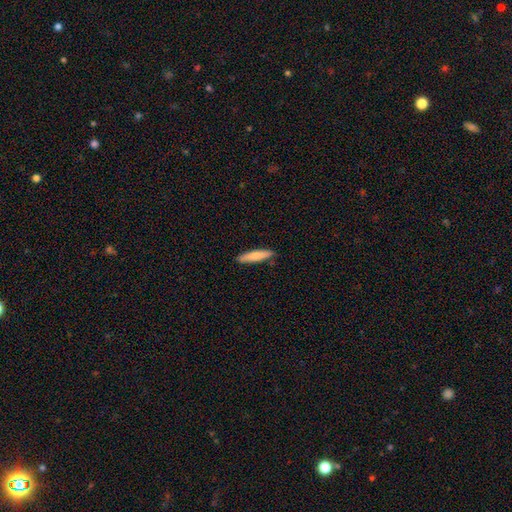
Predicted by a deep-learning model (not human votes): Overall: smooth (79%). How rounded: cigar-shaped (84%). Merging: none (88%).